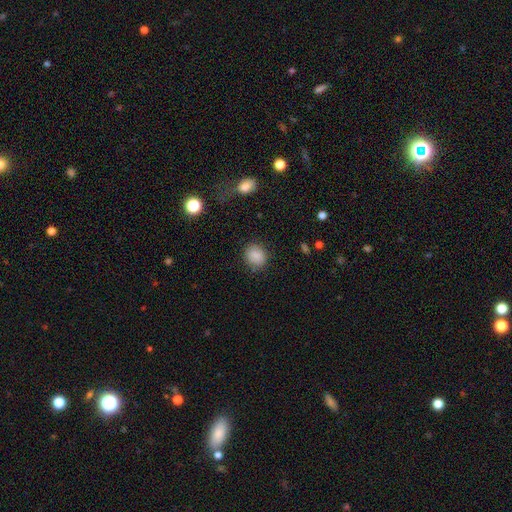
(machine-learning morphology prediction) Smooth or featured: smooth — 87% (star or artifact — 9%)
How rounded: round — 71% (in between — 28%)
Merging: none — 85% (minor disturbance — 10%)